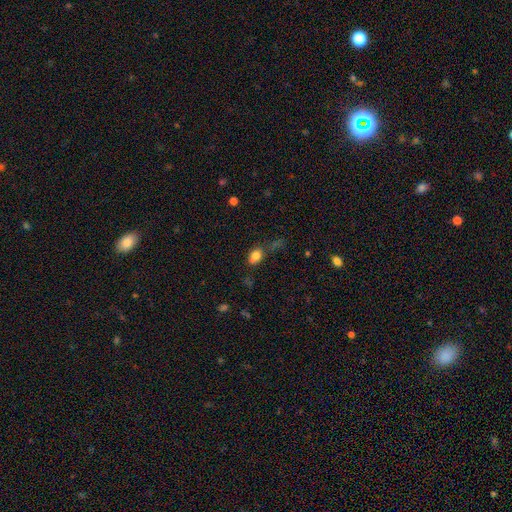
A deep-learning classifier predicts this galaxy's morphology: Smooth or featured? Predicted: smooth (p=0.81). How rounded? Predicted: in between (p=0.77). Merging? Predicted: none (p=0.52).